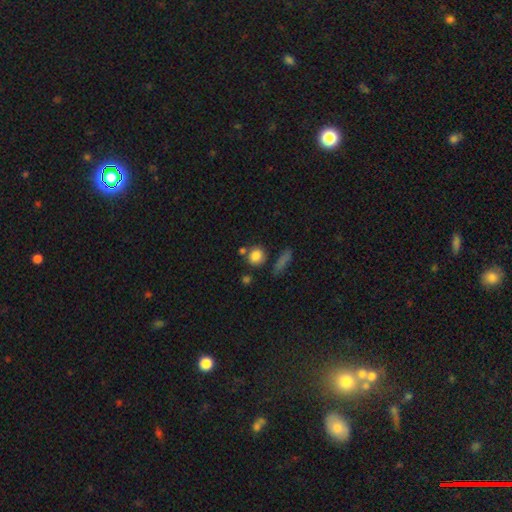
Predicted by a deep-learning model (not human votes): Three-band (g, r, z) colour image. It shows a smooth galaxy with no disk features (82%) that is round (80%). Merging: none (71%).